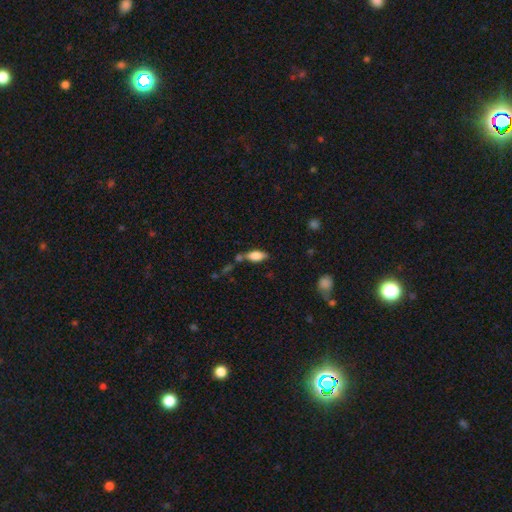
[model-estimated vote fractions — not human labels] Smooth or featured? Predicted: smooth (p=0.81). How rounded? Predicted: in between (p=0.83). Merging? Predicted: none (p=0.54).